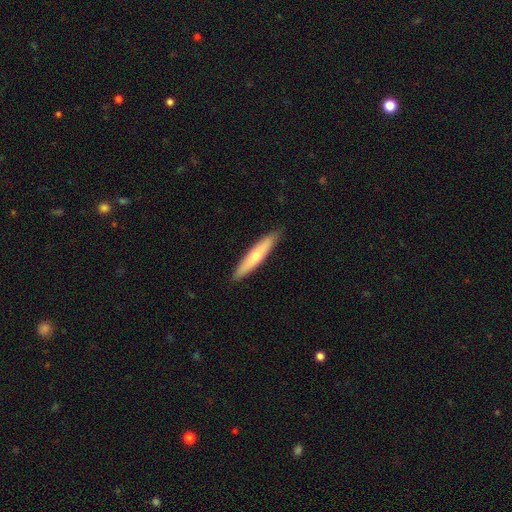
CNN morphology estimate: A smooth galaxy with no disk features (59%) that is cigar-shaped (89%).

Vote fractions:
- Smooth or featured? smooth: 59% / featured or disk: 36% / star or artifact: 5%
- How rounded? cigar-shaped: 89% / in between: 9% / round: 1%
- Merging? none: 89% / minor disturbance: 8% / major disturbance: 2% / merger: 1%